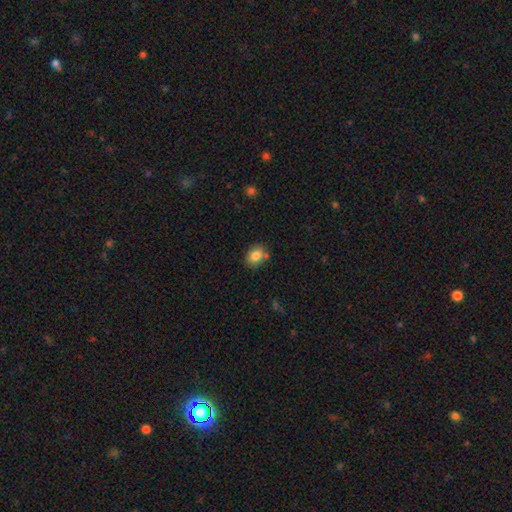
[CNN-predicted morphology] Q: Smooth or featured?
A: smooth (83%); runner-up: star or artifact (9%)
Q: How rounded?
A: in between (57%); runner-up: round (42%)
Q: Merging?
A: none (73%); runner-up: minor disturbance (14%)